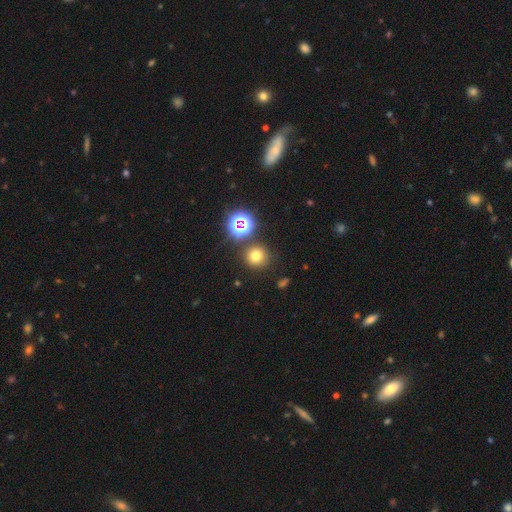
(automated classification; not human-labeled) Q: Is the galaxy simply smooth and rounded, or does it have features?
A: smooth — 68%.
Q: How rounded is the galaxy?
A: round — 92%.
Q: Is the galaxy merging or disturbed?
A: none — 83%.